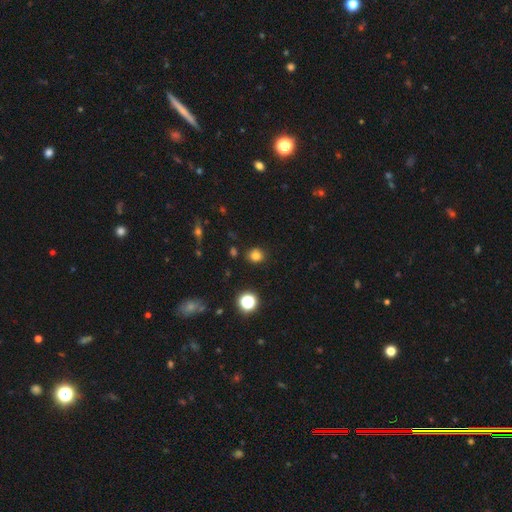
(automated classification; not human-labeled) smooth_or_featured: smooth (p=0.79) [alt: star or artifact p=0.16]
how_rounded: round (p=0.78) [alt: in between p=0.21]
merging: none (p=0.85) [alt: minor disturbance p=0.10]